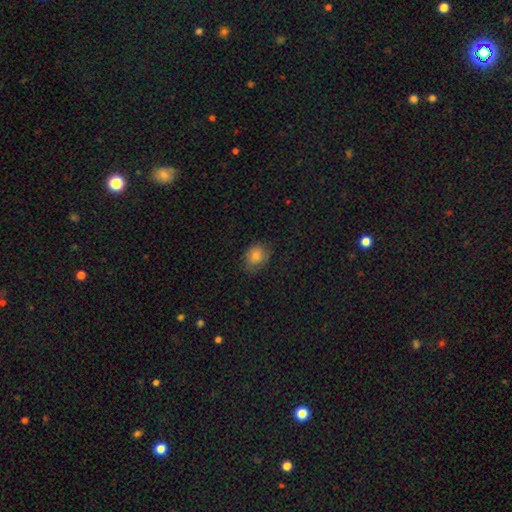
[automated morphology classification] A smooth galaxy with no disk features (80%) that is round (50%).

Vote fractions:
- Smooth or featured? smooth: 80% / star or artifact: 10% / featured or disk: 10%
- How rounded? round: 50% / in between: 49% / cigar-shaped: 1%
- Merging? none: 76% / minor disturbance: 19% / major disturbance: 4% / merger: 1%